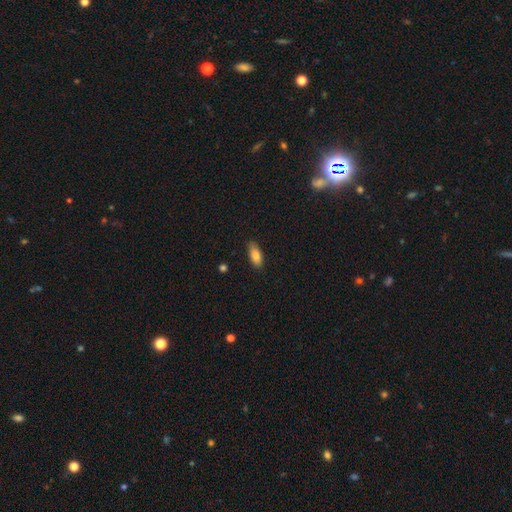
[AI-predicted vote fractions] A smooth galaxy with no disk features (83%) that is in between round and cigar-shaped (79%).

Vote fractions:
- Smooth or featured? smooth: 83% / featured or disk: 10% / star or artifact: 7%
- How rounded? in between: 79% / cigar-shaped: 18% / round: 2%
- Merging? none: 82% / minor disturbance: 14% / major disturbance: 2% / merger: 1%